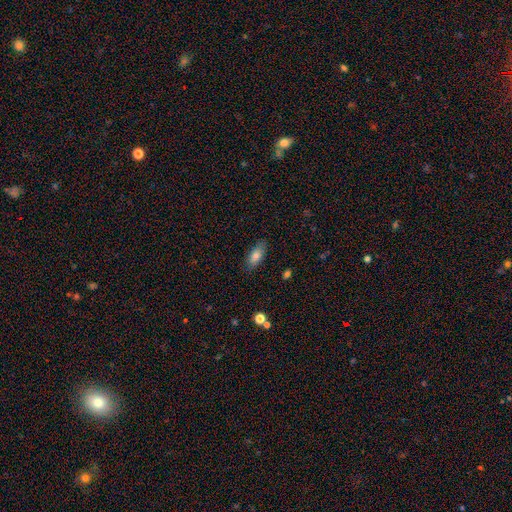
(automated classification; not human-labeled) Smooth or featured: smooth — 80% (featured or disk — 12%)
How rounded: in between — 82% (cigar-shaped — 15%)
Merging: none — 84% (minor disturbance — 12%)